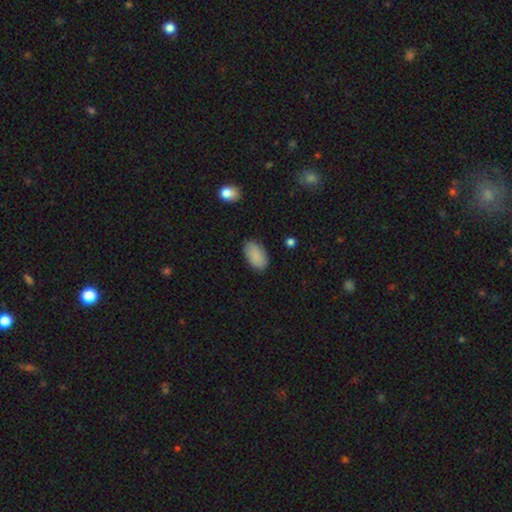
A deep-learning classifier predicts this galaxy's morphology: A smooth galaxy with no disk features (88%) that is in between round and cigar-shaped (94%).

Vote fractions:
- Smooth or featured? smooth: 88% / star or artifact: 6% / featured or disk: 6%
- How rounded? in between: 94% / round: 4% / cigar-shaped: 2%
- Merging? none: 84% / minor disturbance: 12% / major disturbance: 3% / merger: 1%